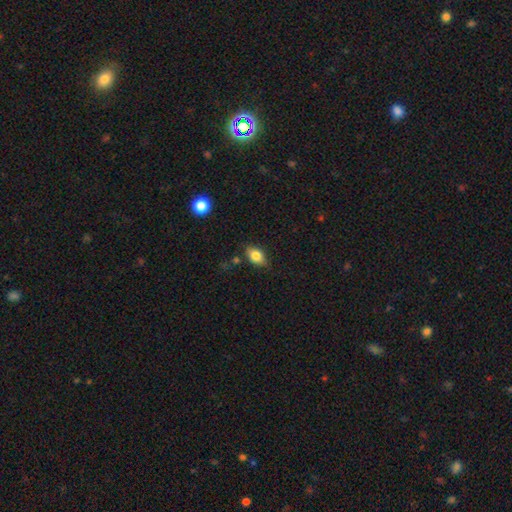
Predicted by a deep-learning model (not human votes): Overall: smooth (81%). How rounded: in between (84%). Merging: none (79%).